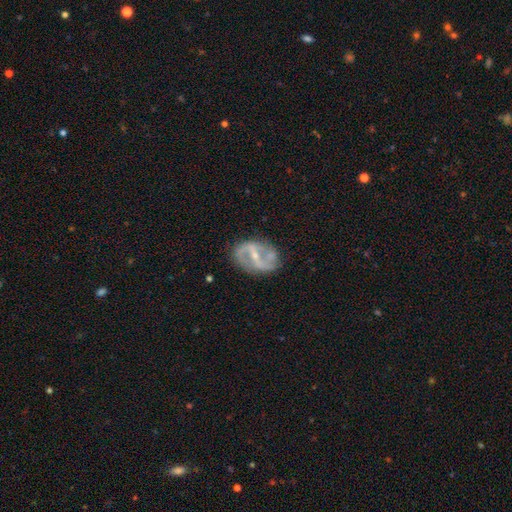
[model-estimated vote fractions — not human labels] Smooth or featured?
  - featured or disk: 85% *
  - smooth: 9%
  - star or artifact: 6%
Edge-on disk?
  - no: 96% *
  - yes: 4%
Bar?
  - strong: 54% *
  - weak: 33%
  - no: 13%
Spiral arms?
  - yes: 87% *
  - no: 13%
Spiral winding?
  - loose: 49% *
  - medium: 37%
  - tight: 14%
Spiral arm count?
  - 2: 88% *
  - can't tell: 6%
  - 1: 2%
  - 3: 2%
  - 4: 1%
  - more than 4: 1%
Bulge size?
  - small: 65% *
  - moderate: 30%
  - none: 3%
  - large: 1%
  - dominant: 1%
Merging?
  - none: 71% *
  - minor disturbance: 18%
  - major disturbance: 8%
  - merger: 3%